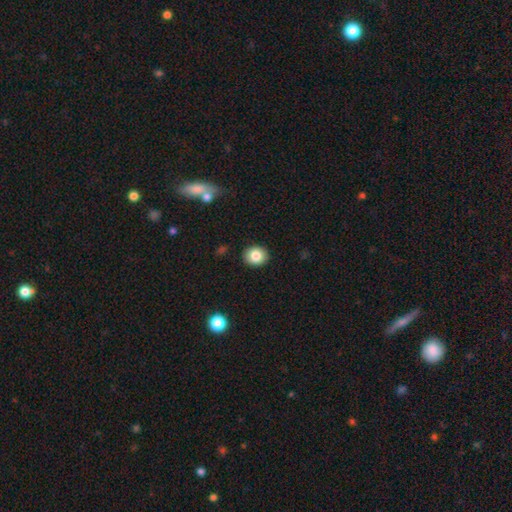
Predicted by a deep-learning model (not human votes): Smooth or featured: smooth — 83% (star or artifact — 9%)
How rounded: round — 64% (in between — 35%)
Merging: none — 90% (minor disturbance — 7%)